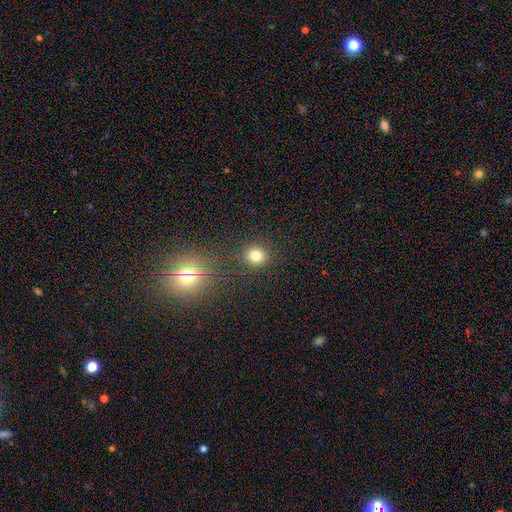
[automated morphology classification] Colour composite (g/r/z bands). It shows a smooth galaxy with no disk features (76%) that is round (85%). Merging: none (86%).